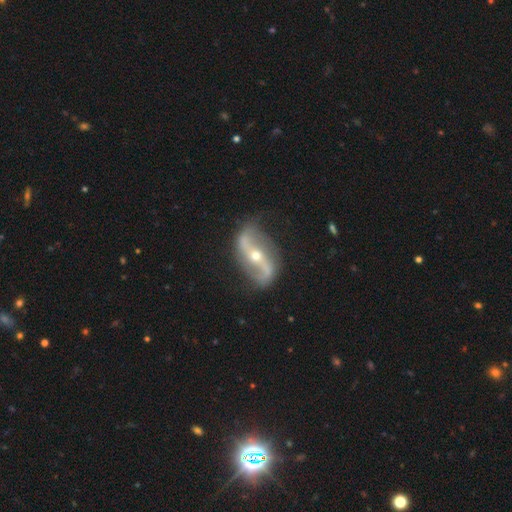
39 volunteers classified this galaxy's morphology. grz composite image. It shows a featured or disk galaxy (100%) with a strong bar (62%), 2 (97%) loose (89%) spiral arms (90%) and a moderate central bulge (64%). Merging: none (74%).